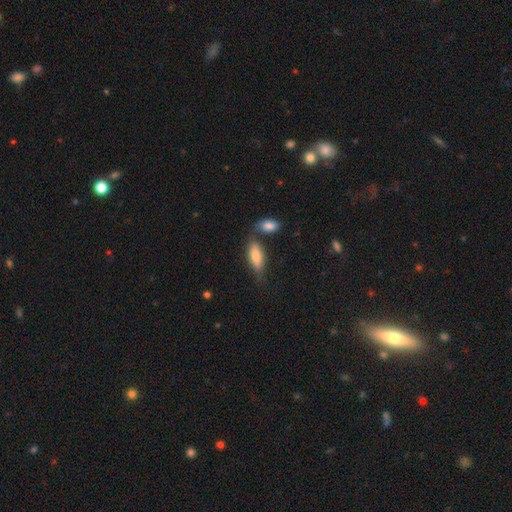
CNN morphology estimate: smooth 72%, featured or disk 21%, star or artifact 7%. Down the decision tree: how rounded — in between (60%); merging — none (58%).